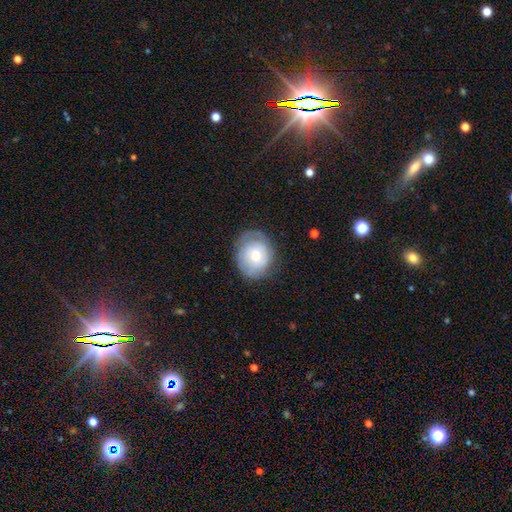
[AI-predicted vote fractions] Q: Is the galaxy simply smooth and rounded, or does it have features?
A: smooth — 56%.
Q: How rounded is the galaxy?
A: round — 66%.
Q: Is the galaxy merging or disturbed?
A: none — 70%.